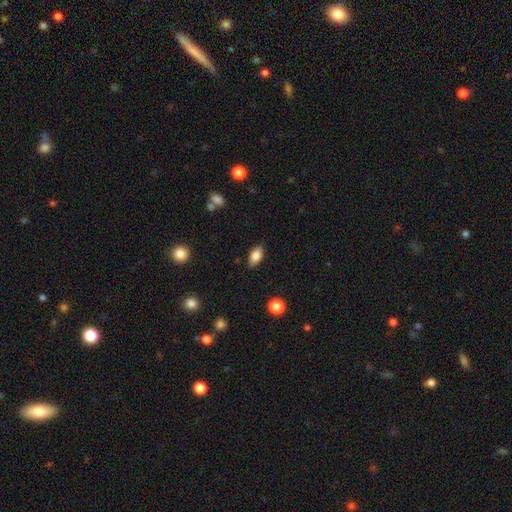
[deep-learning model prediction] Smooth or featured? smooth (79%)
How rounded? in between (87%)
Merging? none (85%)